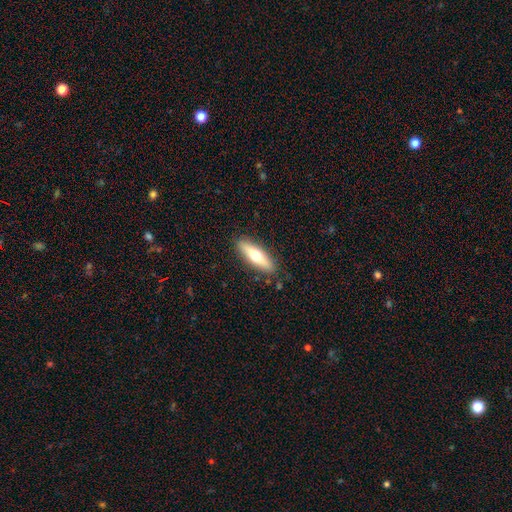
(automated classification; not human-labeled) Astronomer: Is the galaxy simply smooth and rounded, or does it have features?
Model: smooth — 53% (runner-up: featured or disk, 42%).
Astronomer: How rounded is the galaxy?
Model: cigar-shaped — 63%.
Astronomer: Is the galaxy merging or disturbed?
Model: none — 87%.